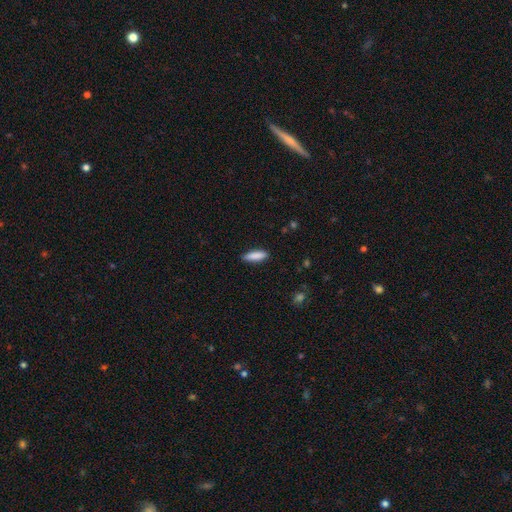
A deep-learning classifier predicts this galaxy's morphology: smooth 87%, featured or disk 7%, star or artifact 6%. Down the decision tree: how rounded — cigar-shaped (62%); merging — none (88%).